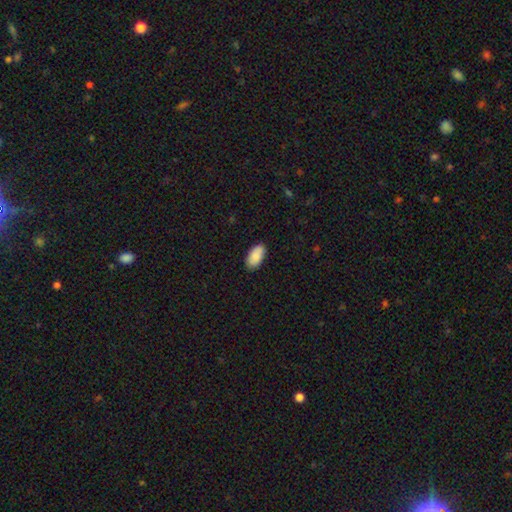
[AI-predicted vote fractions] Smooth or featured? smooth (89%)
How rounded? in between (95%)
Merging? none (87%)